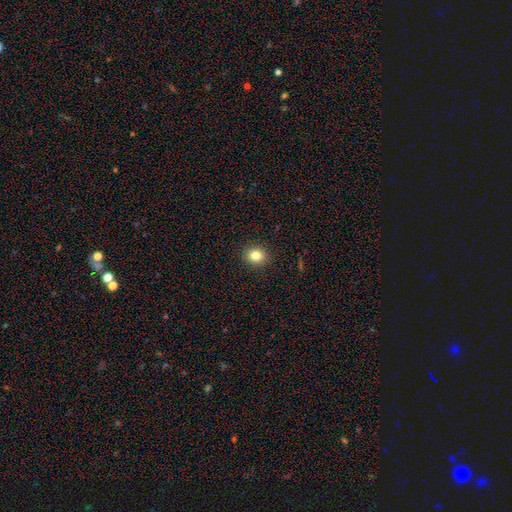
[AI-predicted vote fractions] Overall: smooth (81%). How rounded: round (75%). Merging: none (91%).